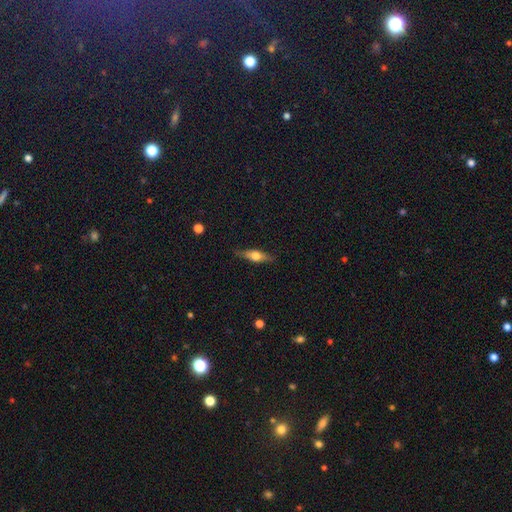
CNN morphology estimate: Smooth or featured?
  - smooth: 49% *
  - featured or disk: 45%
  - star or artifact: 7%
Merging?
  - none: 84% *
  - minor disturbance: 12%
  - major disturbance: 3%
  - merger: 1%